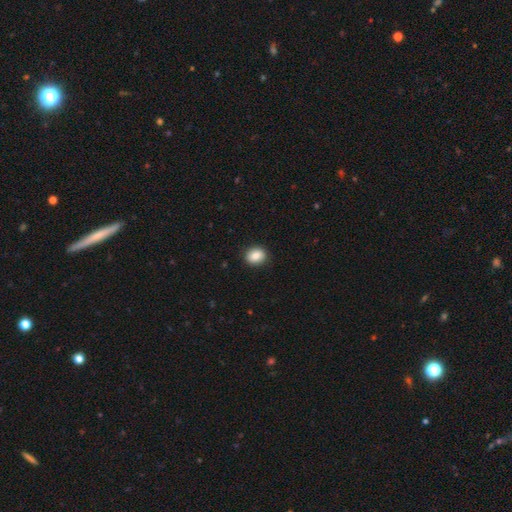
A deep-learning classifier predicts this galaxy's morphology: Smooth or featured: smooth — 85% (star or artifact — 8%)
How rounded: round — 62% (in between — 37%)
Merging: none — 90% (minor disturbance — 7%)